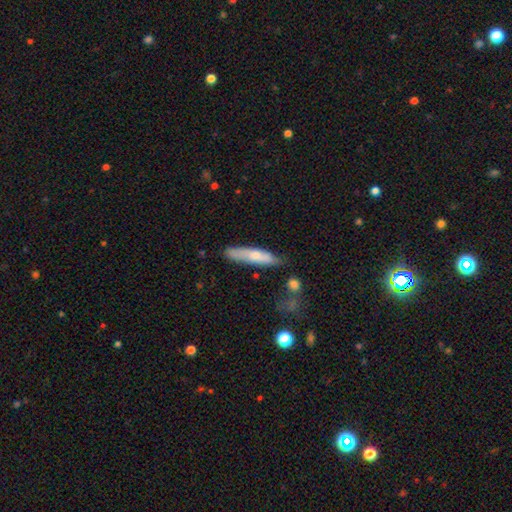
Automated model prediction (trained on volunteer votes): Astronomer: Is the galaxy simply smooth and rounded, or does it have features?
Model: smooth — 66%.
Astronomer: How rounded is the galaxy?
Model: cigar-shaped — 79%.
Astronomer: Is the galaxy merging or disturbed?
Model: none — 72%.